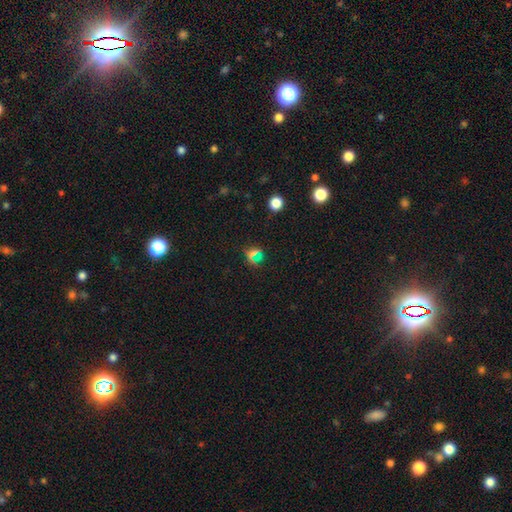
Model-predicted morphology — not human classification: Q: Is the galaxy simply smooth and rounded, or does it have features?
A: star or artifact — 47%.